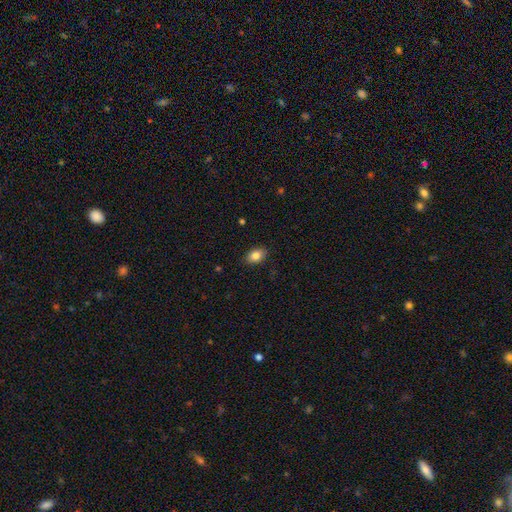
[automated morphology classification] Smooth or featured? smooth (85%)
How rounded? in between (84%)
Merging? none (88%)